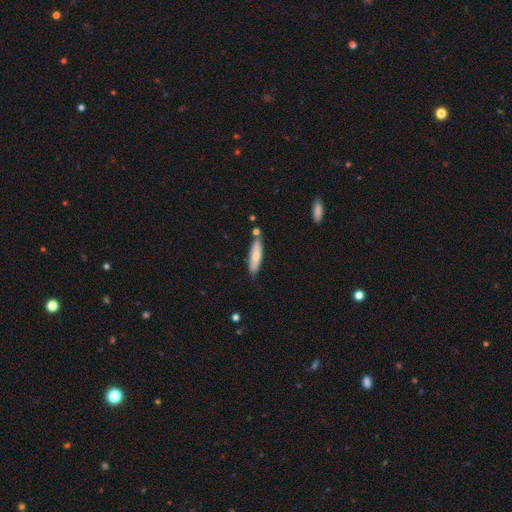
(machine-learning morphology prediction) Smooth or featured? smooth (69%)
How rounded? cigar-shaped (70%)
Merging? none (74%)